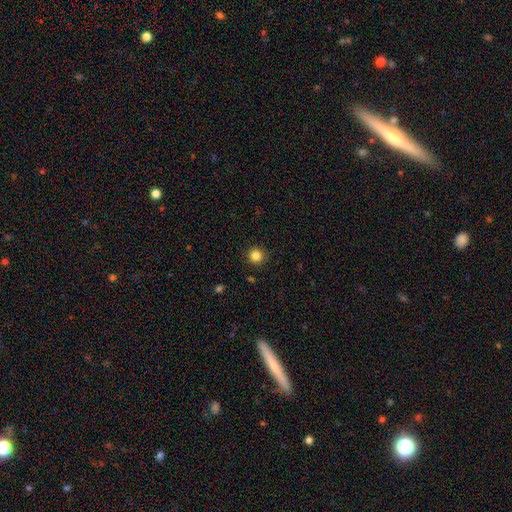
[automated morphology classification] Q: Smooth or featured?
A: smooth (84%); runner-up: star or artifact (11%)
Q: How rounded?
A: round (94%); runner-up: in between (5%)
Q: Merging?
A: none (91%); runner-up: minor disturbance (6%)